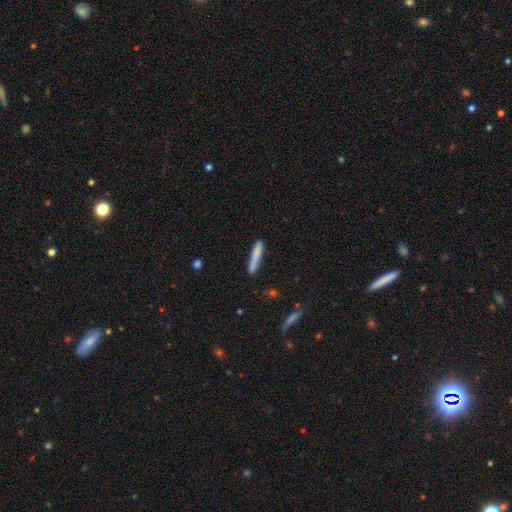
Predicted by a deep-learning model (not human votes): smooth-or-featured: smooth: 78% | featured or disk: 16% | star or artifact: 6%
  how-rounded: cigar-shaped: 94% | in between: 5% | round: 1%
  merging: none: 82% | minor disturbance: 13% | major disturbance: 3% | merger: 2%